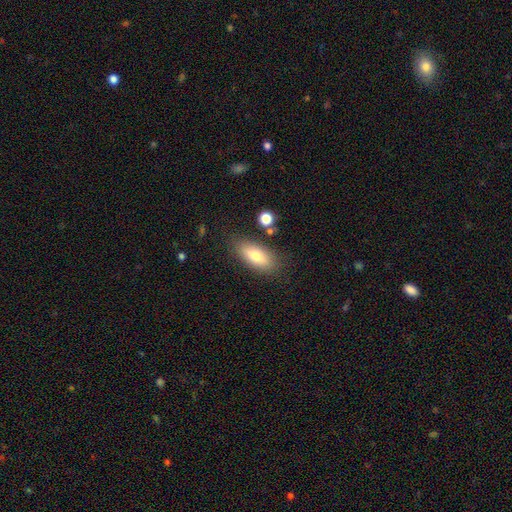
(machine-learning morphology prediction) smooth 74%, featured or disk 18%, star or artifact 7%. Down the decision tree: how rounded — in between (78%); merging — none (81%).